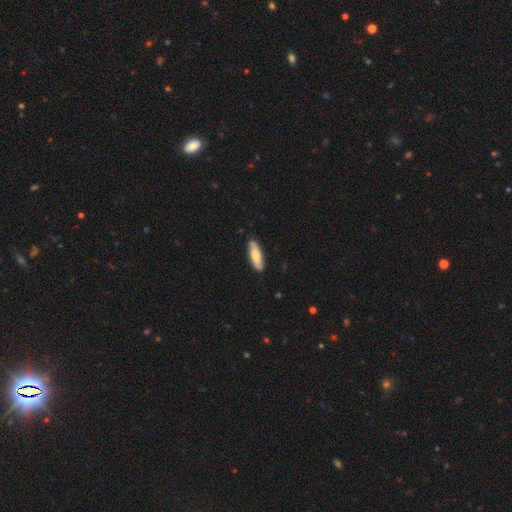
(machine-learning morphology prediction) Q: Smooth or featured?
A: smooth (69%); runner-up: featured or disk (25%)
Q: How rounded?
A: in between (51%); runner-up: cigar-shaped (47%)
Q: Merging?
A: none (85%); runner-up: minor disturbance (12%)